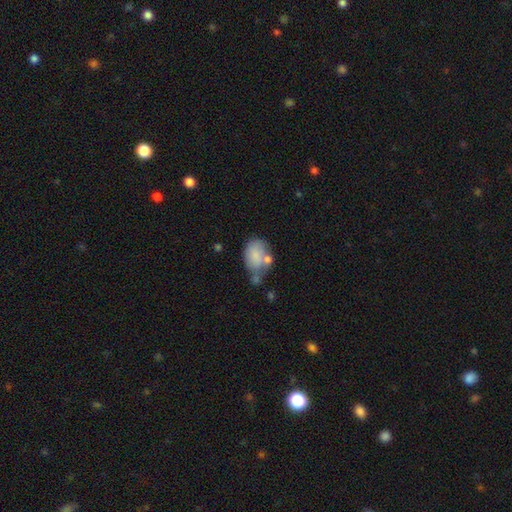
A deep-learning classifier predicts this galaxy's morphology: A smooth galaxy with no disk features (74%) that is in between round and cigar-shaped (78%). Merging: none (34%).